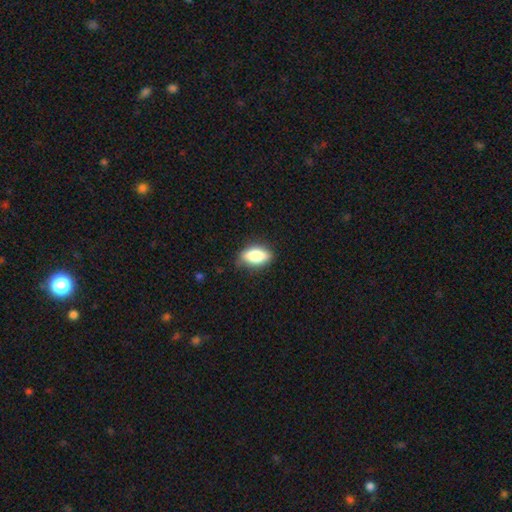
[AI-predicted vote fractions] The model was most divided on "smooth or featured": smooth: 76%, featured or disk: 16%, star or artifact: 8%. More confident: how rounded — in between (85%); merging — none (81%).